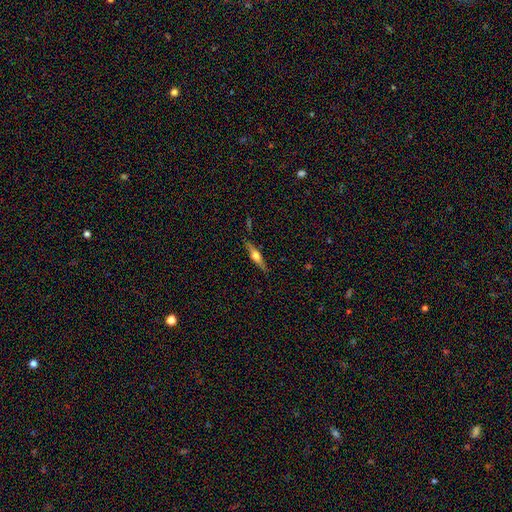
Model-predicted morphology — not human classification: featured or disk 63%, smooth 31%, star or artifact 6%. Down the decision tree: edge-on disk — yes (96%); edge-on bulge — rounded (93%); merging — none (86%).